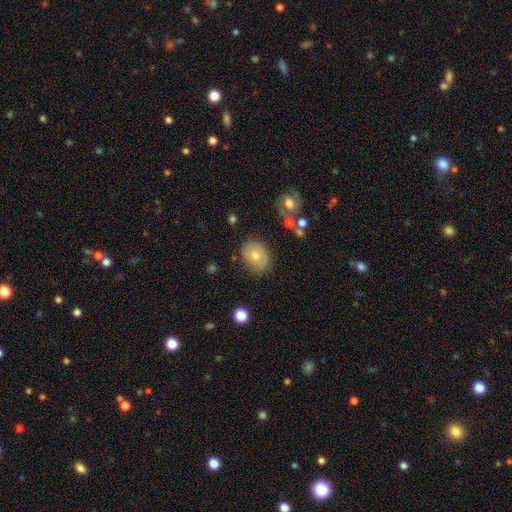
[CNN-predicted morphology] smooth 67%, featured or disk 25%, star or artifact 8%. Down the decision tree: how rounded — in between (60%); merging — none (74%).